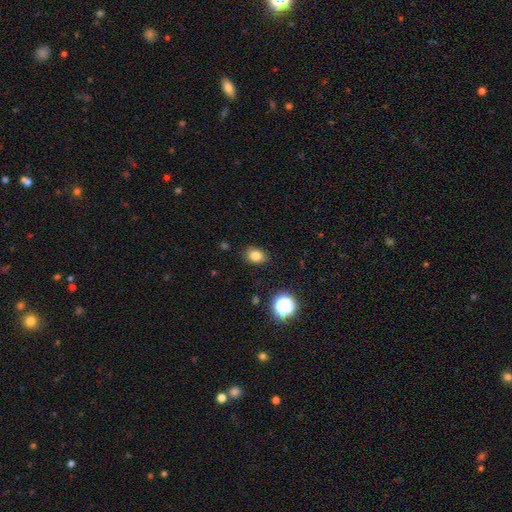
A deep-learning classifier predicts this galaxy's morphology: The model was most divided on "how rounded": in between: 59%, round: 40%, cigar-shaped: 1%. More confident: merging — none (84%); smooth or featured — smooth (80%).